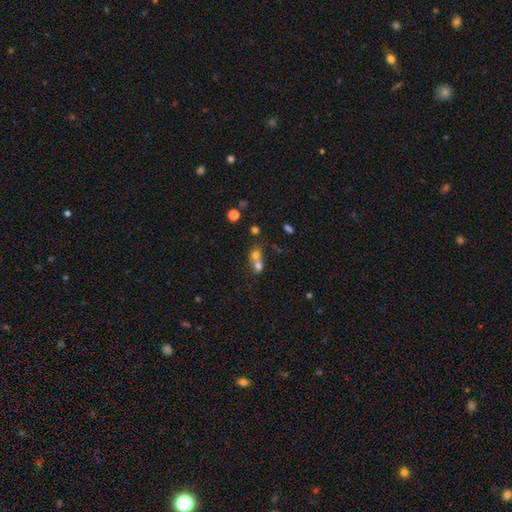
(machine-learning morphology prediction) smooth_or_featured: smooth (p=0.70) [alt: featured or disk p=0.16]
how_rounded: round (p=0.69) [alt: in between p=0.30]
merging: merger (p=0.67) [alt: none p=0.25]